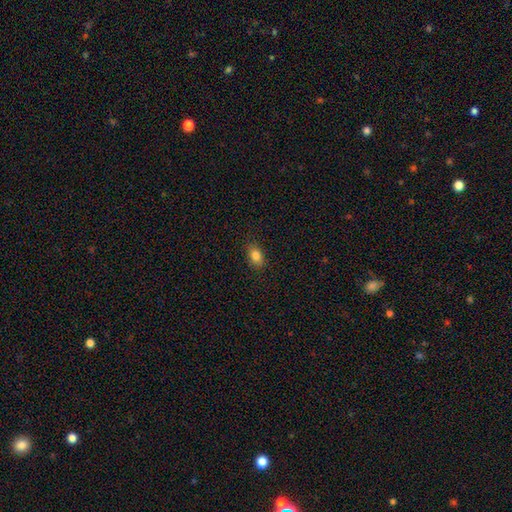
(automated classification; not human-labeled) Smooth or featured: smooth — 84% (star or artifact — 10%)
How rounded: in between — 81% (round — 17%)
Merging: none — 86% (minor disturbance — 10%)